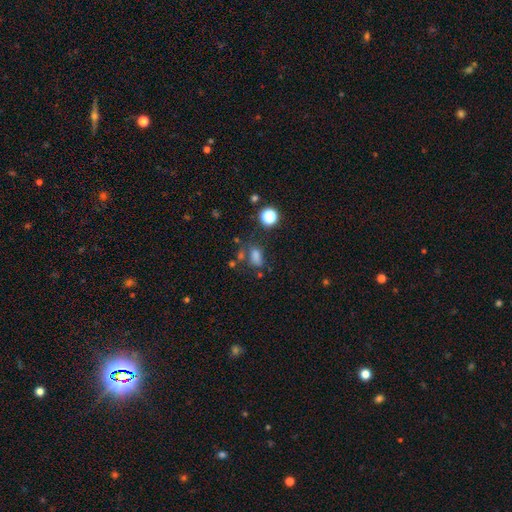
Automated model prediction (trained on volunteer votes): Morphology: type=smooth (70%); roundness=in between (76%); merging=none (52%).